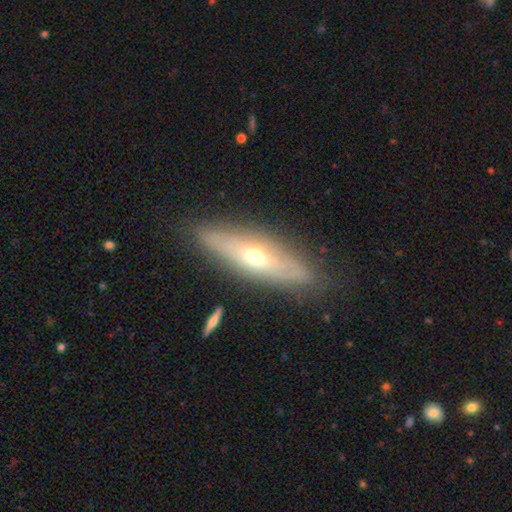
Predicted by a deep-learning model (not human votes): Overall: featured or disk (62%; smooth 32%). Edge-on disk: yes (67%; no 33%). Merging: none (83%).